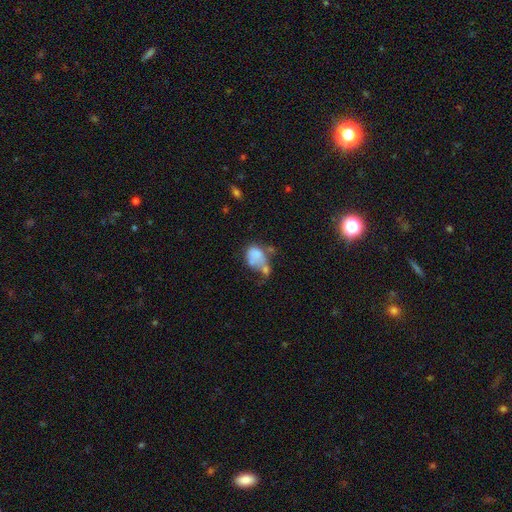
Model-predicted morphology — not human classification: A smooth galaxy with no disk features (62%) that is in between round and cigar-shaped (73%). Merging: merger (37%).